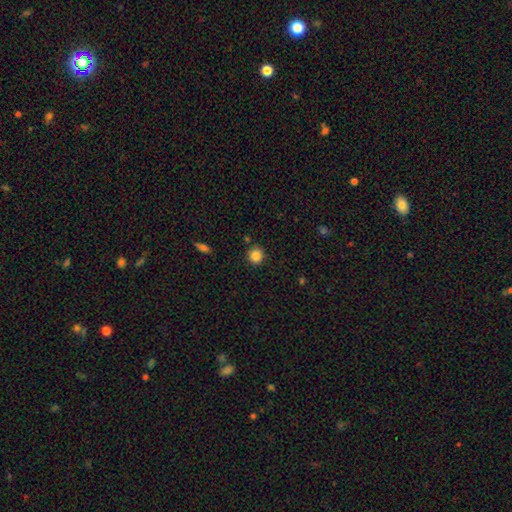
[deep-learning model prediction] Smooth or featured?
  - smooth: 85% *
  - star or artifact: 10%
  - featured or disk: 5%
How rounded?
  - round: 91% *
  - in between: 8%
  - cigar-shaped: 1%
Merging?
  - none: 88% *
  - minor disturbance: 7%
  - merger: 3%
  - major disturbance: 2%